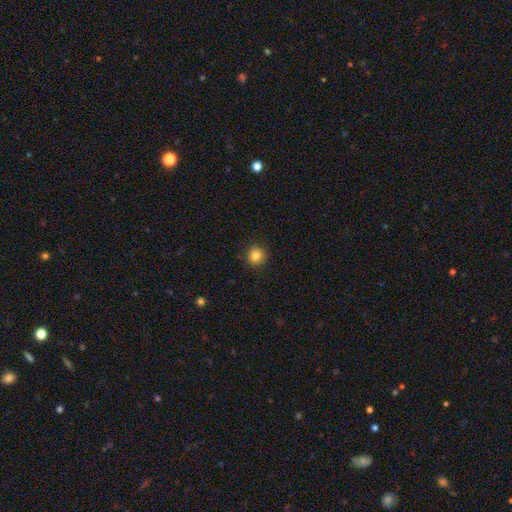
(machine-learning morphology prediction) Smooth or featured: smooth — 83% (star or artifact — 11%)
How rounded: round — 93% (in between — 6%)
Merging: none — 91% (minor disturbance — 7%)